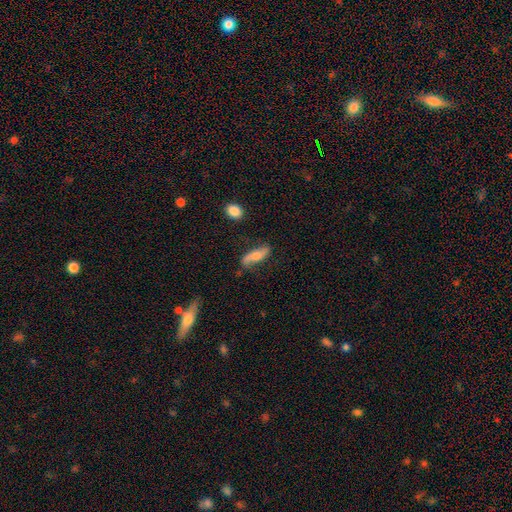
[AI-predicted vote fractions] Morphology: type=featured or disk (51%); edge-on=no (71%); merging=none (71%).